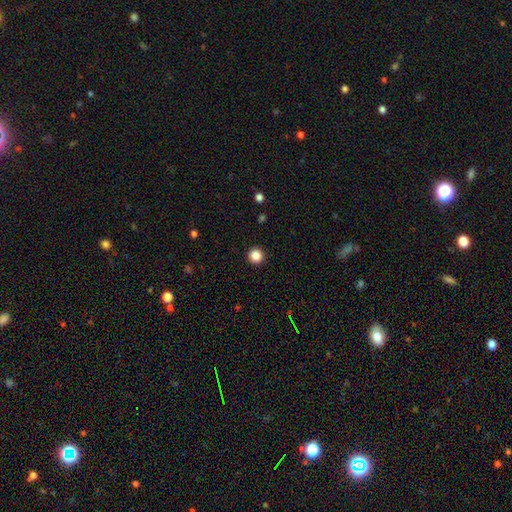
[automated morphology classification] Overall: smooth (86%). How rounded: round (96%). Merging: none (94%).